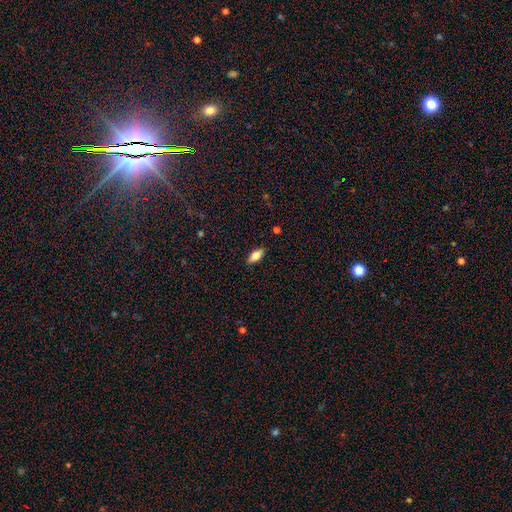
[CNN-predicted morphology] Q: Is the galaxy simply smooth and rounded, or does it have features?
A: smooth — 70%.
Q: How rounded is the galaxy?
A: in between — 80%.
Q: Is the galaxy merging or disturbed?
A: none — 88%.